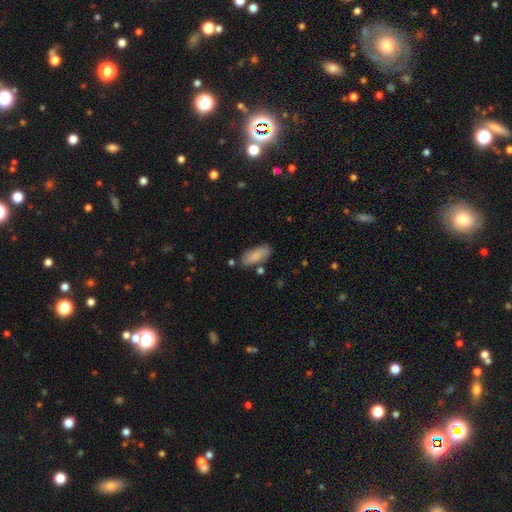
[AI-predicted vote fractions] Smooth or featured: smooth — 86% (featured or disk — 8%)
How rounded: in between — 79% (cigar-shaped — 19%)
Merging: none — 75% (minor disturbance — 16%)